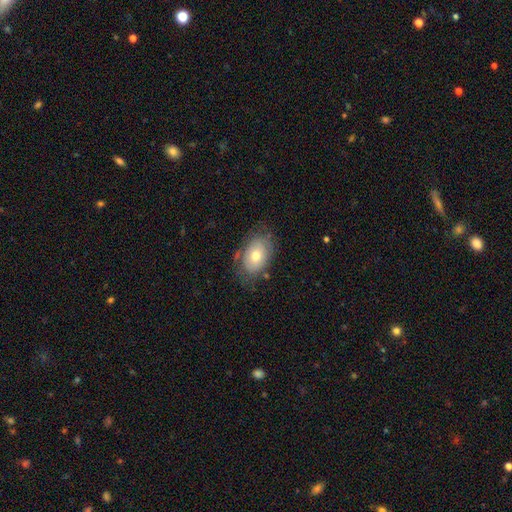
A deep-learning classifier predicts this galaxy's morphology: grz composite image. It shows a smooth galaxy with no disk features (63%) that is in between round and cigar-shaped (85%). Merging: none (70%).